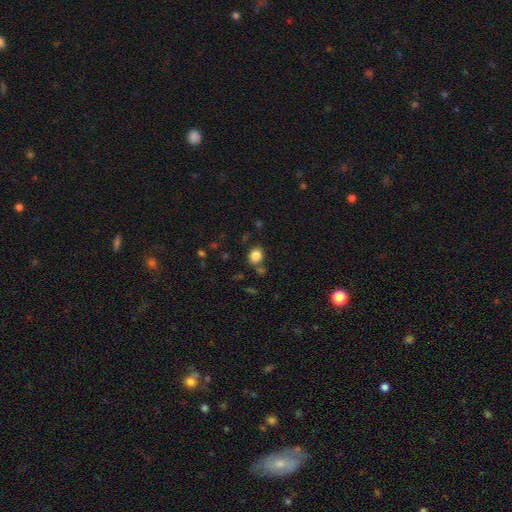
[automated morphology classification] Smooth or featured: smooth — 84% (star or artifact — 11%)
How rounded: round — 60% (in between — 39%)
Merging: none — 74% (minor disturbance — 12%)